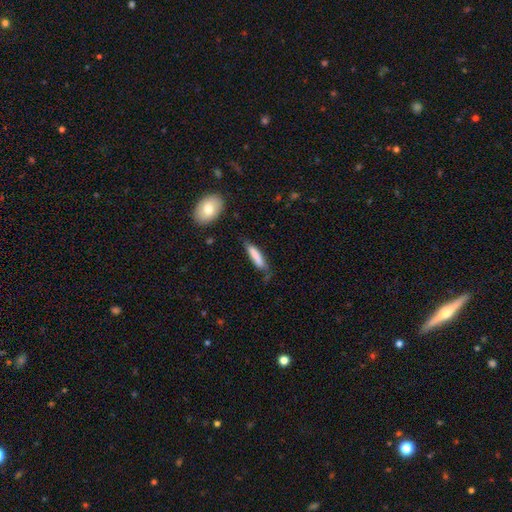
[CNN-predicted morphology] smooth-or-featured: smooth: 78% | featured or disk: 16% | star or artifact: 6%
  how-rounded: cigar-shaped: 82% | in between: 17% | round: 2%
  merging: none: 62% | minor disturbance: 27% | major disturbance: 7% | merger: 4%